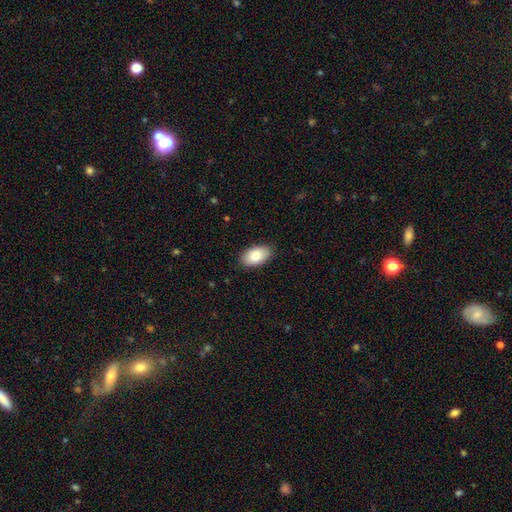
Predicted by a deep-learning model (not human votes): A smooth galaxy with no disk features (86%) that is in between round and cigar-shaped (95%). Merging: none (86%).